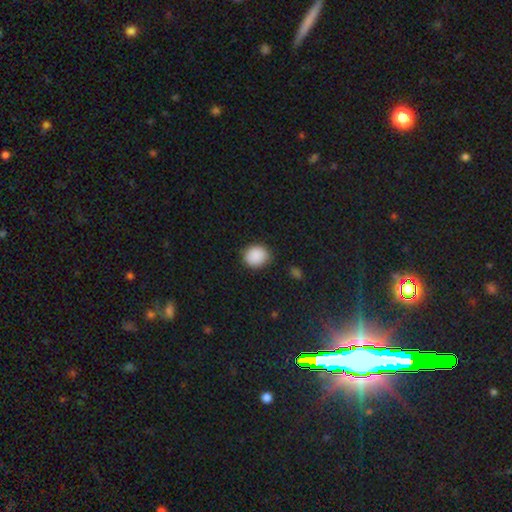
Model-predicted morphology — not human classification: Overall: smooth (89%). How rounded: round (74%). Merging: none (85%).